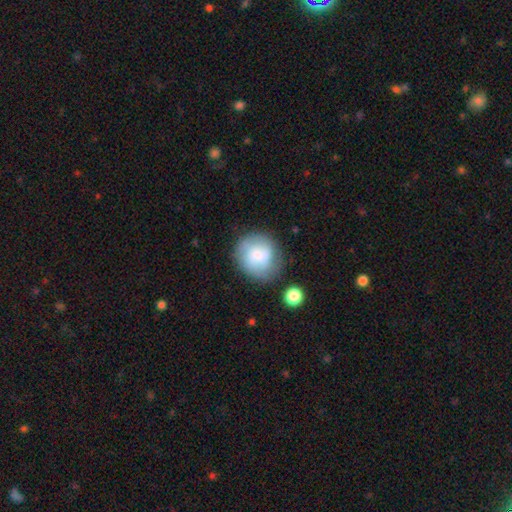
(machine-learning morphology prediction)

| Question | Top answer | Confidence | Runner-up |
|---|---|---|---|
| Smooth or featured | smooth | 63% | featured or disk (29%) |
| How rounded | round | 85% | in between (14%) |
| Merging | none | 66% | minor disturbance (20%) |